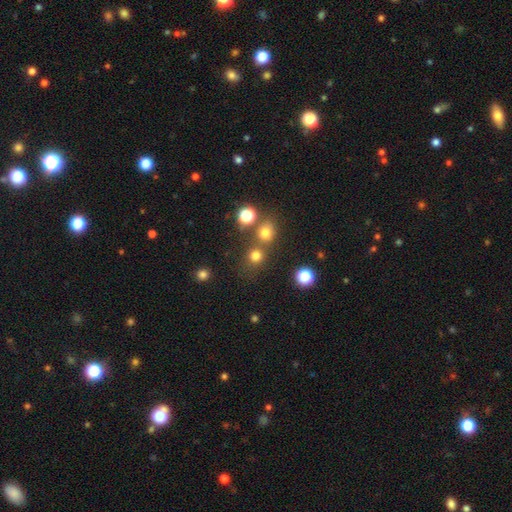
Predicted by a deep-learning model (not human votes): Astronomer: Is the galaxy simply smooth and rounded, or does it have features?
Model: smooth — 74%.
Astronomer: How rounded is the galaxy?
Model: round — 87%.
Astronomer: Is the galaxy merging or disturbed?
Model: none — 65%.